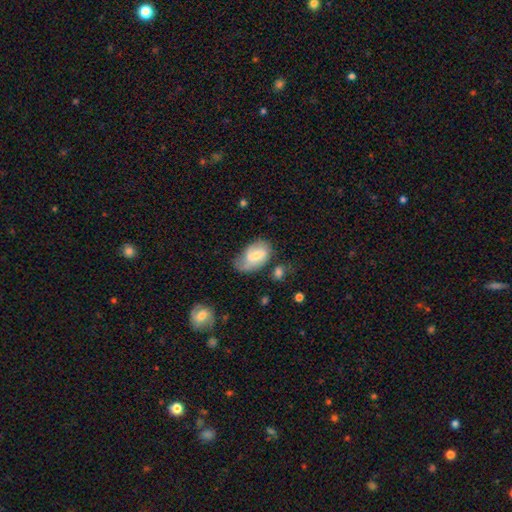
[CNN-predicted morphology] A featured or disk galaxy (49%). Merging: none (43%).